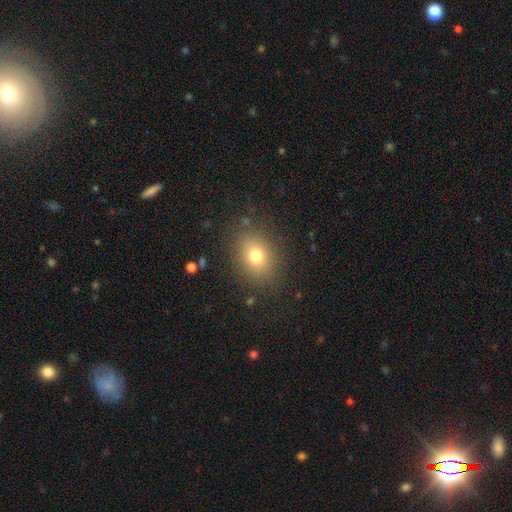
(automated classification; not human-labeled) Smooth or featured?
  - smooth: 75% *
  - star or artifact: 13%
  - featured or disk: 12%
How rounded?
  - in between: 54% *
  - round: 45%
  - cigar-shaped: 1%
Merging?
  - none: 85% *
  - minor disturbance: 10%
  - major disturbance: 4%
  - merger: 1%